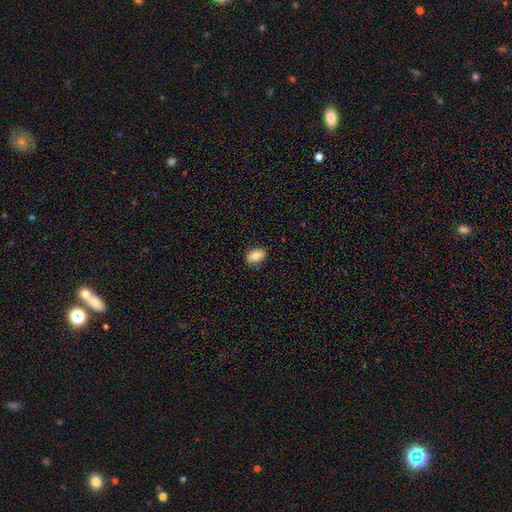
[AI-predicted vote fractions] A smooth galaxy with no disk features (79%) that is in between round and cigar-shaped (85%).

Vote fractions:
- Smooth or featured? smooth: 79% / featured or disk: 13% / star or artifact: 8%
- How rounded? in between: 85% / round: 11% / cigar-shaped: 5%
- Merging? none: 82% / minor disturbance: 14% / major disturbance: 3% / merger: 1%